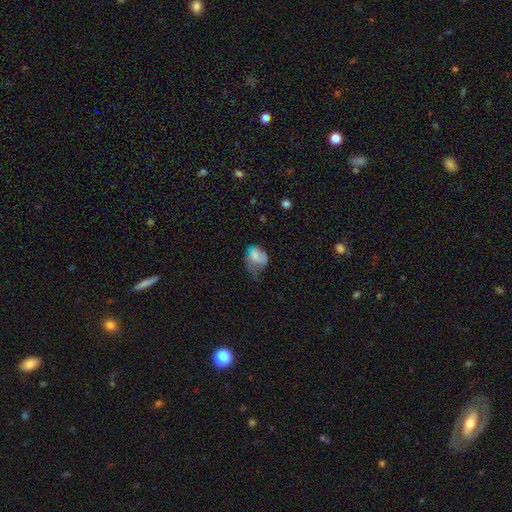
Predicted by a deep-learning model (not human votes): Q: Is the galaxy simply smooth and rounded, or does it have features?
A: smooth — 68%.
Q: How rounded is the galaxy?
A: in between — 66%.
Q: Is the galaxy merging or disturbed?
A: major disturbance — 47%.